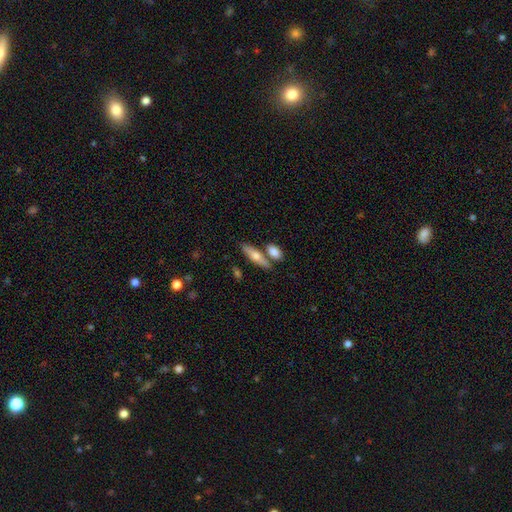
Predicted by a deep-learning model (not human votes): smooth 60%, featured or disk 34%, star or artifact 6%. Down the decision tree: how rounded — cigar-shaped (59%); merging — none (65%).